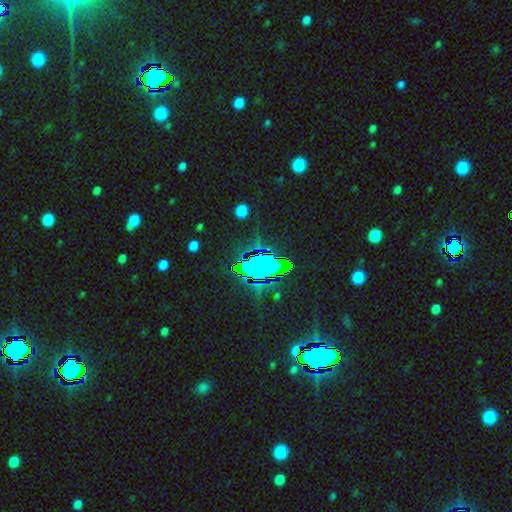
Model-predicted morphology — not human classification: The model was most divided on "smooth or featured": star or artifact: 72%, smooth: 18%, featured or disk: 10%.